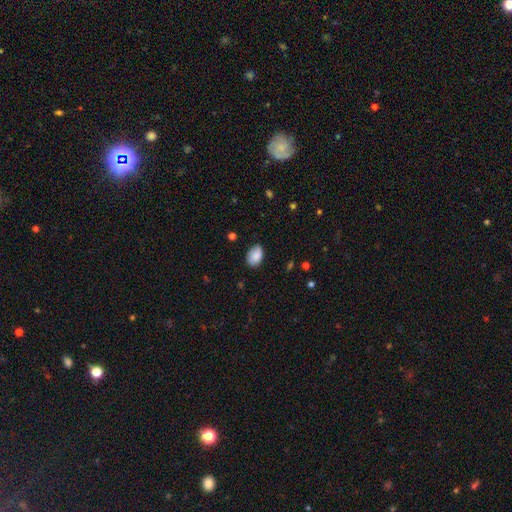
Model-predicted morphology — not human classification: Smooth or featured? Predicted: smooth (p=0.86). How rounded? Predicted: in between (p=0.87). Merging? Predicted: none (p=0.77).